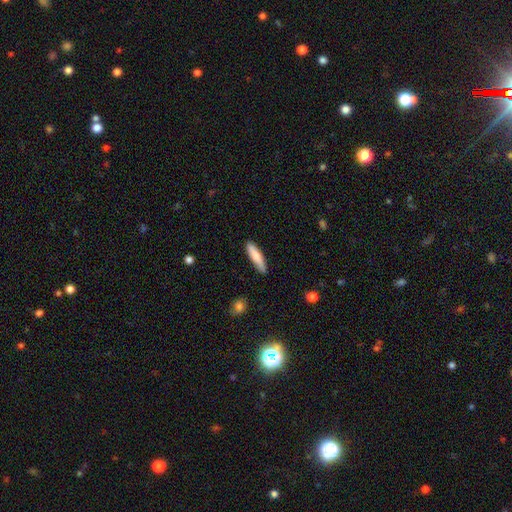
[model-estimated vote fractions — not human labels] Morphology: type=smooth (77%); roundness=cigar-shaped (79%); merging=none (86%).